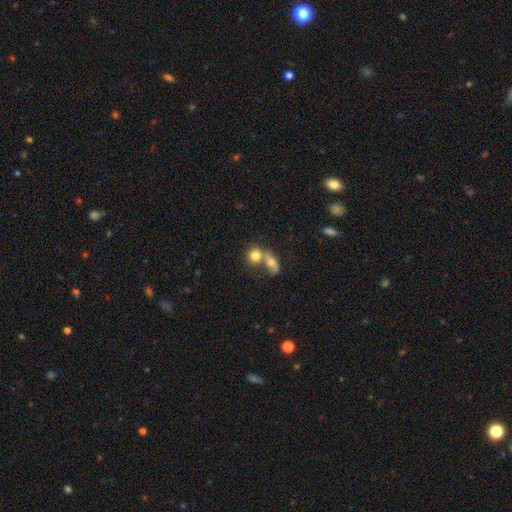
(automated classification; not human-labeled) Overall: smooth (77%). How rounded: round (71%). Merging: merger (57%; none 32%).